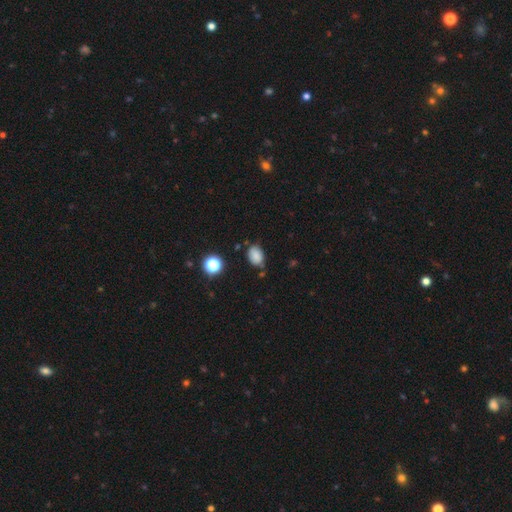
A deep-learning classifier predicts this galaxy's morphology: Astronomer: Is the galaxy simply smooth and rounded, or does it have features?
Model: smooth — 82%.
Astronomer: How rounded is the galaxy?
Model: in between — 76%.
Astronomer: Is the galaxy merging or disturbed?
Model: none — 70%.